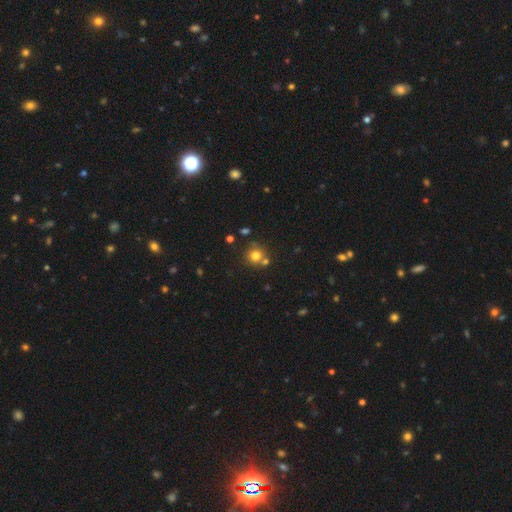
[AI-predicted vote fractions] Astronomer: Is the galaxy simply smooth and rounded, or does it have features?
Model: smooth — 77%.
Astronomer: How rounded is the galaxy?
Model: round — 90%.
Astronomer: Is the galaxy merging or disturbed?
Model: none — 69%.